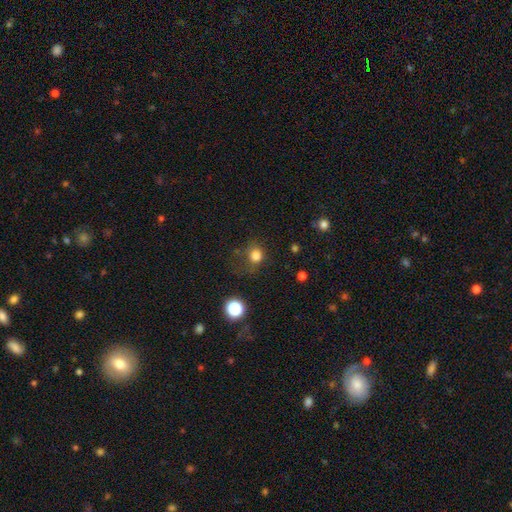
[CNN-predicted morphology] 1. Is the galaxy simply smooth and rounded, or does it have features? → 79% smooth, 15% star or artifact, 6% featured or disk.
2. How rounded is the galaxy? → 81% round, 18% in between, 1% cigar-shaped.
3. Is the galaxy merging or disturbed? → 61% none, 21% minor disturbance, 15% major disturbance, 3% merger.